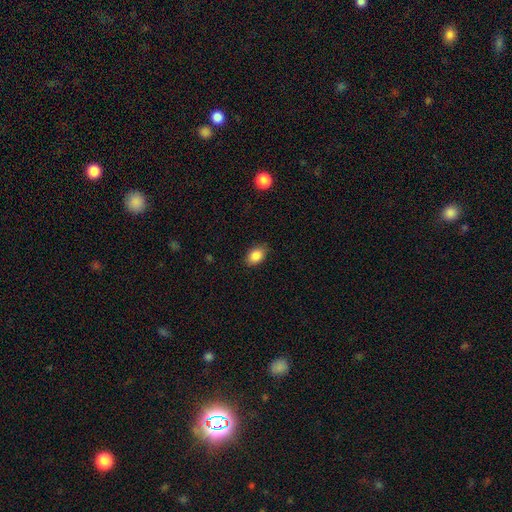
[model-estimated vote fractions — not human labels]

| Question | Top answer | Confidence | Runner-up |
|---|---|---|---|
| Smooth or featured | smooth | 87% | star or artifact (8%) |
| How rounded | in between | 81% | round (18%) |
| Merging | none | 83% | minor disturbance (13%) |